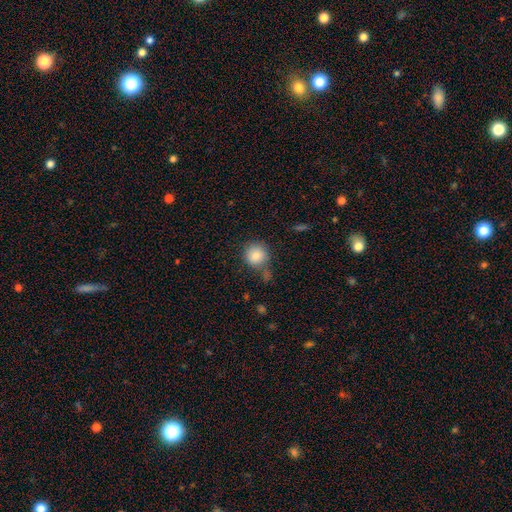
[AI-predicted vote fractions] smooth-or-featured: smooth: 82% | star or artifact: 9% | featured or disk: 9%
  how-rounded: round: 91% | in between: 8% | cigar-shaped: 1%
  merging: none: 65% | minor disturbance: 17% | merger: 11% | major disturbance: 7%